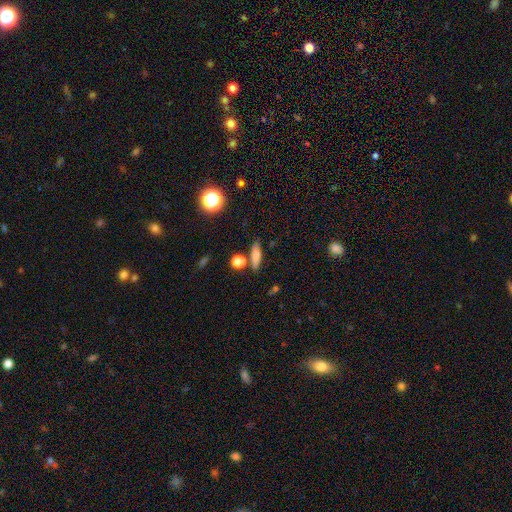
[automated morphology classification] A smooth galaxy with no disk features (71%) that is cigar-shaped (56%).

Vote fractions:
- Smooth or featured? smooth: 71% / featured or disk: 18% / star or artifact: 11%
- How rounded? cigar-shaped: 56% / in between: 36% / round: 8%
- Merging? none: 73% / minor disturbance: 12% / merger: 12% / major disturbance: 4%